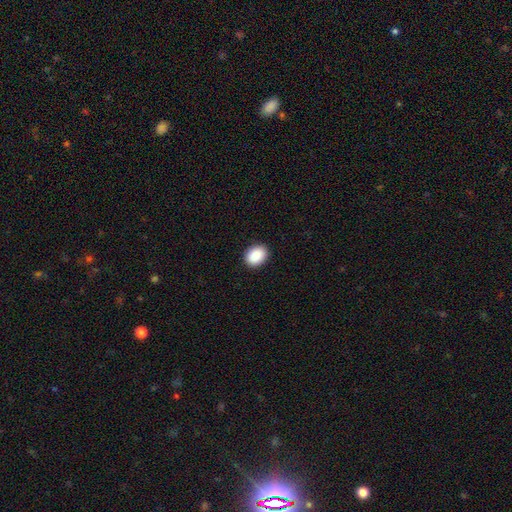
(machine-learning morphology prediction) smooth-or-featured: smooth: 90% | star or artifact: 7% | featured or disk: 3%
  how-rounded: in between: 67% | round: 32% | cigar-shaped: 1%
  merging: none: 91% | minor disturbance: 6% | major disturbance: 2% | merger: 1%